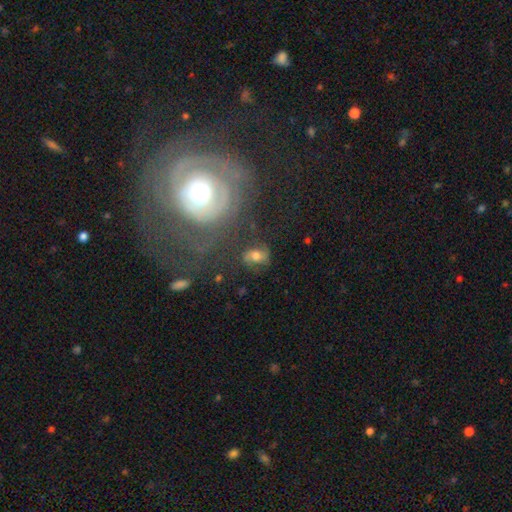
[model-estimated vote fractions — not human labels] smooth_or_featured: smooth (p=0.44) [alt: featured or disk p=0.43]
merging: none (p=0.64) [alt: minor disturbance p=0.20]